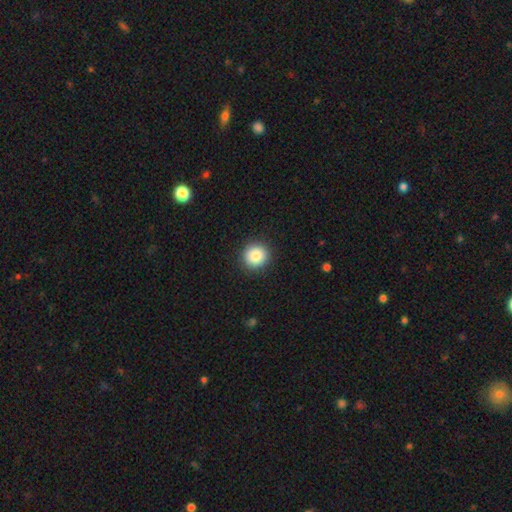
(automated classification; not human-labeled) smooth-or-featured: smooth: 86% | star or artifact: 9% | featured or disk: 5%
  how-rounded: round: 93% | in between: 6% | cigar-shaped: 1%
  merging: none: 92% | minor disturbance: 6% | major disturbance: 2% | merger: 1%